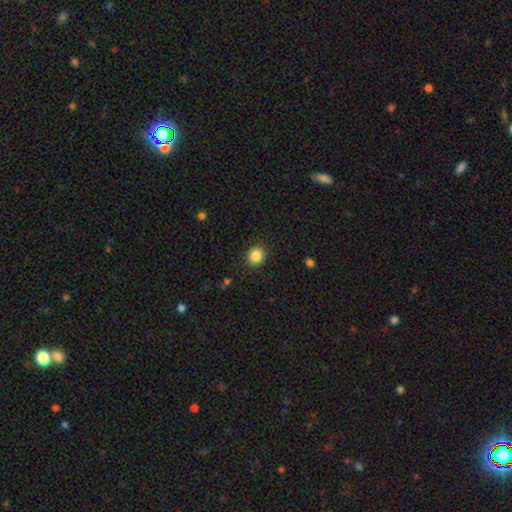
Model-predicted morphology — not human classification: This is clearly a smooth galaxy (86%). How rounded: likely round (74%). Merging: clearly none (89%).